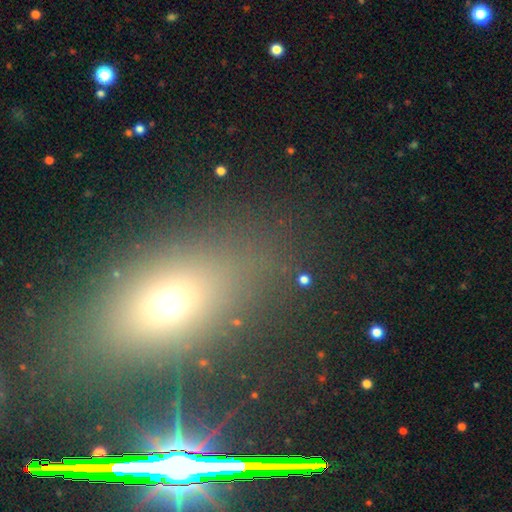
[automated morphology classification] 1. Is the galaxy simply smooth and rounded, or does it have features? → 45% smooth, 42% star or artifact, 14% featured or disk.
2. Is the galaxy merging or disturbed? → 81% none, 9% minor disturbance, 6% major disturbance, 4% merger.